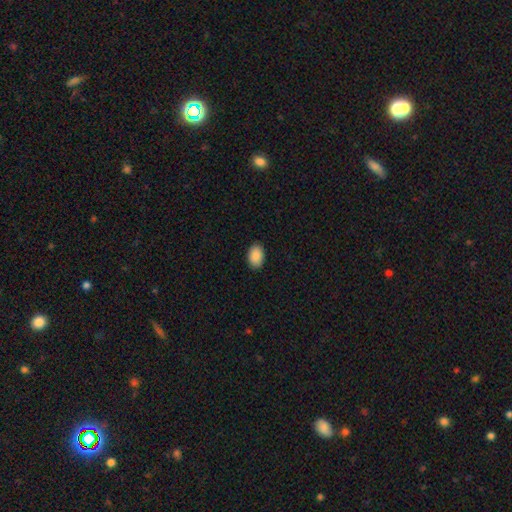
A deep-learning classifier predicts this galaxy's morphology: Overall: smooth (90%). How rounded: in between (88%). Merging: none (90%).